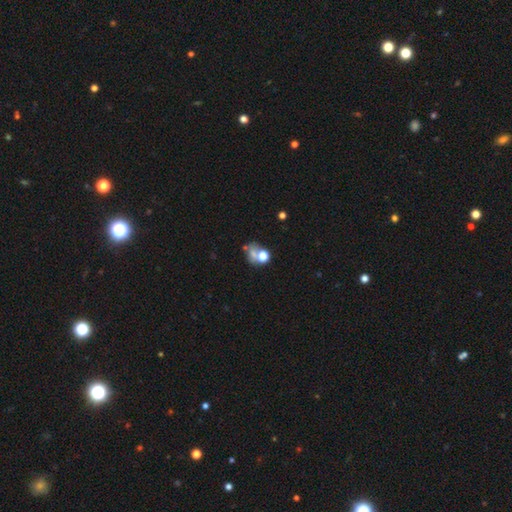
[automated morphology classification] Smooth or featured: smooth — 54% (star or artifact — 24%)
How rounded: round — 58% (in between — 40%)
Merging: none — 38% (merger — 33%)